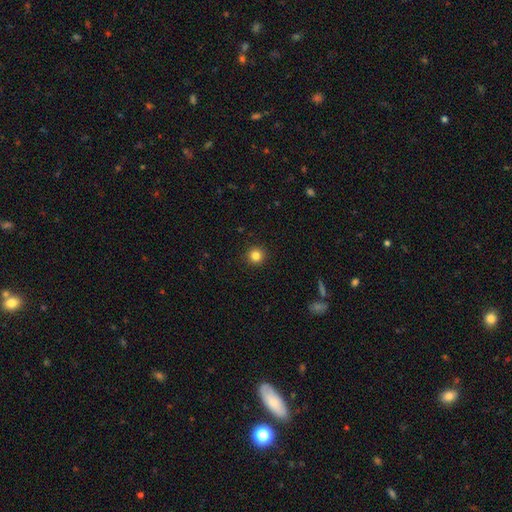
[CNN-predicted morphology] A smooth galaxy with no disk features (84%) that is round (95%).

Vote fractions:
- Smooth or featured? smooth: 84% / star or artifact: 12% / featured or disk: 5%
- How rounded? round: 95% / in between: 4% / cigar-shaped: 1%
- Merging? none: 92% / minor disturbance: 5% / major disturbance: 2% / merger: 1%